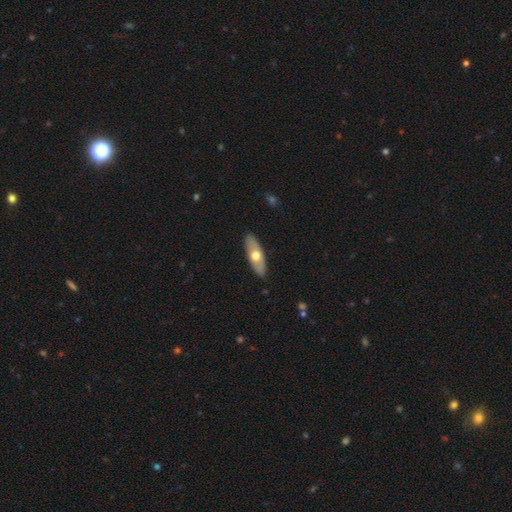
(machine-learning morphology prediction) Smooth or featured? smooth (54%)
How rounded? in between (66%)
Merging? none (89%)